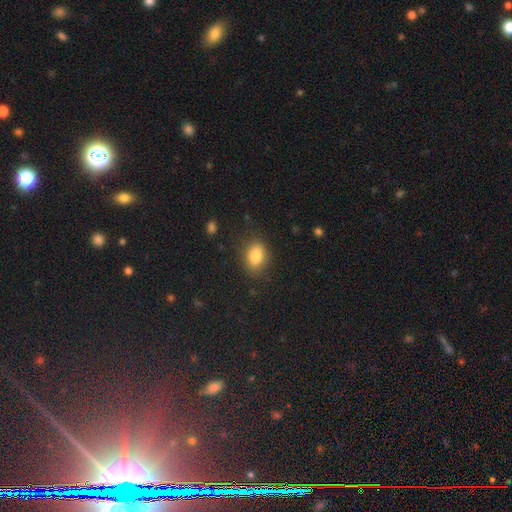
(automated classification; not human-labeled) Overall: smooth (83%). How rounded: in between (72%). Merging: none (81%).